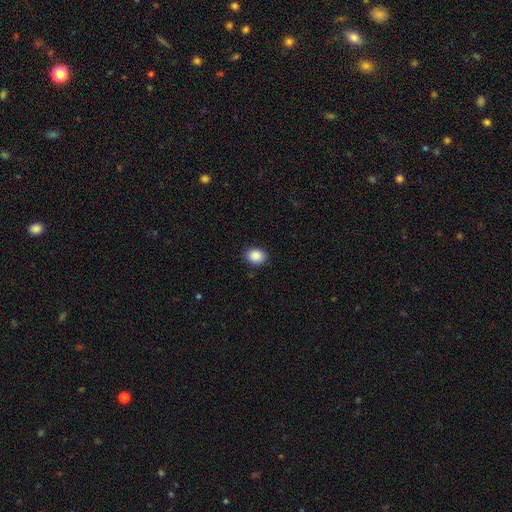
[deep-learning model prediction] This appears to be a smooth galaxy with no disk features (89%) that is in between round and cigar-shaped (58%). Merging: none (89%).